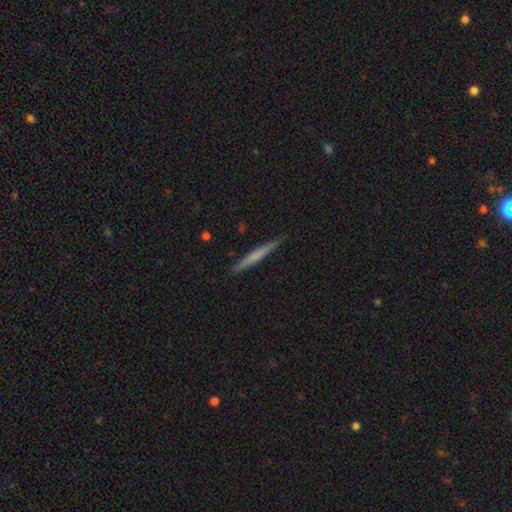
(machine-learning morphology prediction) Smooth or featured?
  - smooth: 57% *
  - featured or disk: 38%
  - star or artifact: 5%
How rounded?
  - cigar-shaped: 97% *
  - in between: 2%
  - round: 1%
Merging?
  - none: 91% *
  - minor disturbance: 6%
  - major disturbance: 1%
  - merger: 1%